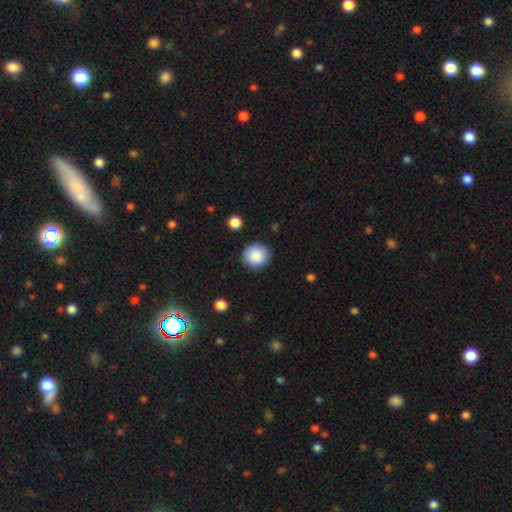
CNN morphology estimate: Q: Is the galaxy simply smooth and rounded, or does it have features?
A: smooth — 89%.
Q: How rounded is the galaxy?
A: round — 92%.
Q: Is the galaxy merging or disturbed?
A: none — 89%.